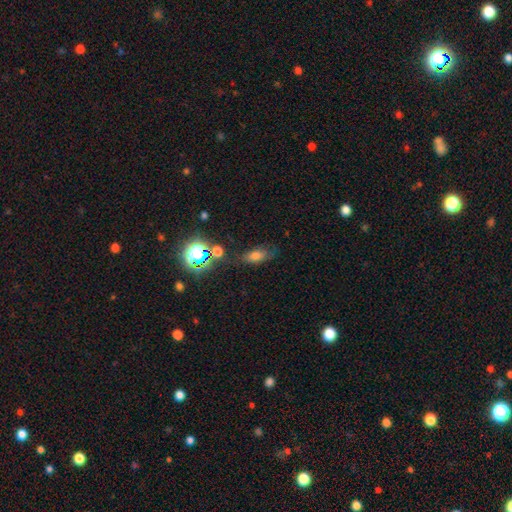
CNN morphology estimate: A smooth galaxy with no disk features (66%) that is in between round and cigar-shaped (73%). Merging: none (71%).